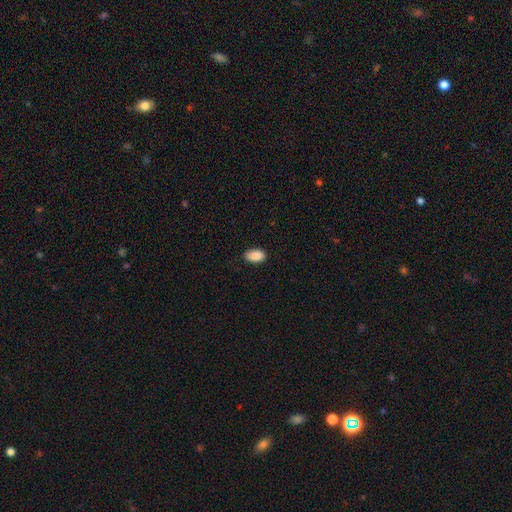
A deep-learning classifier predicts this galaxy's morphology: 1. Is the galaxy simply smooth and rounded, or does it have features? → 90% smooth, 7% star or artifact, 3% featured or disk.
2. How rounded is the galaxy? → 93% in between, 5% round, 2% cigar-shaped.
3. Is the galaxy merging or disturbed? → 84% none, 13% minor disturbance, 2% major disturbance, 1% merger.